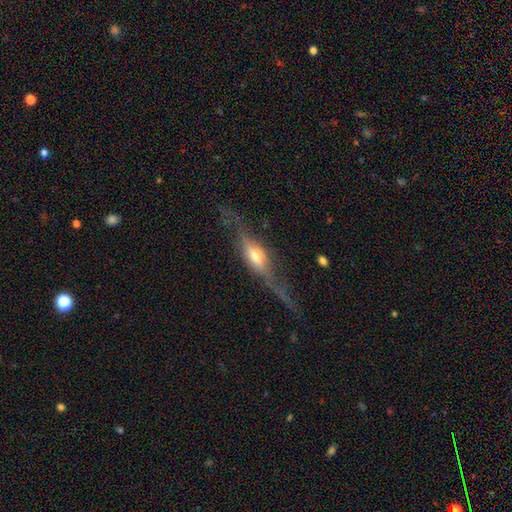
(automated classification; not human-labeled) This appears to be a featured or disk galaxy (73%) viewed edge-on (89%) with a rounded central bulge (83%). Merging: none (64%).